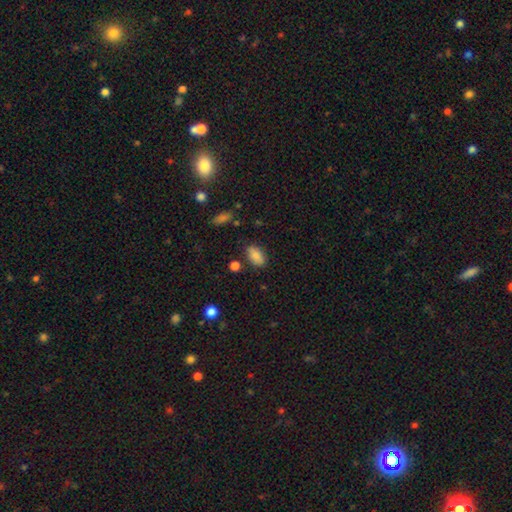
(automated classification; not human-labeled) A smooth galaxy with no disk features (85%) that is in between round and cigar-shaped (90%). Merging: none (79%).